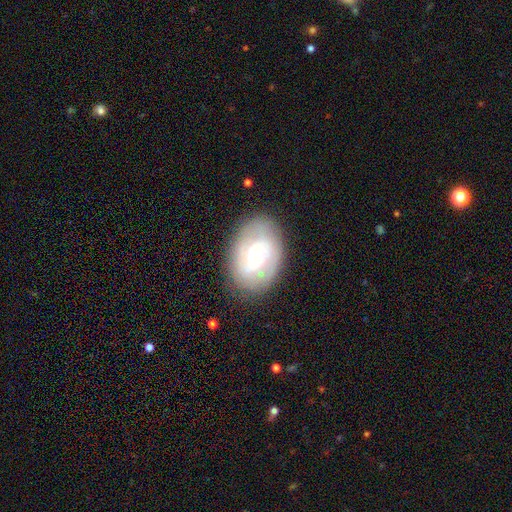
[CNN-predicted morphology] This is likely a featured or disk galaxy (69%). It is clearly not viewed edge-on (96%). Bar: likely no (67%). Spiral arm pattern: clearly yes (84%). Spiral arm count: possibly 2 (47%). Spiral winding: possibly tight (54%). Central bulge: likely small (63%). Merging: clearly none (82%).